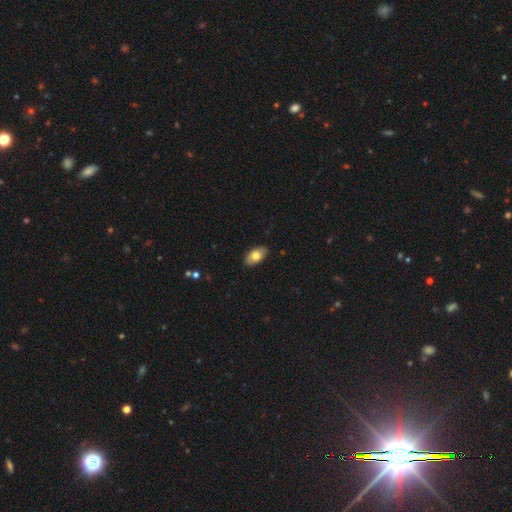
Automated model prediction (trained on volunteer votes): smooth-or-featured: smooth: 75% | featured or disk: 19% | star or artifact: 6%
  how-rounded: in between: 93% | round: 4% | cigar-shaped: 2%
  merging: none: 87% | minor disturbance: 10% | major disturbance: 2% | merger: 1%